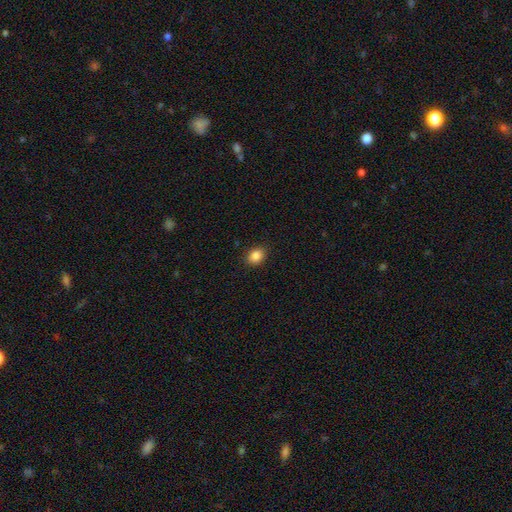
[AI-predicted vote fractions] This is clearly a smooth galaxy (86%). How rounded: possibly in between (53%). Merging: clearly none (89%).